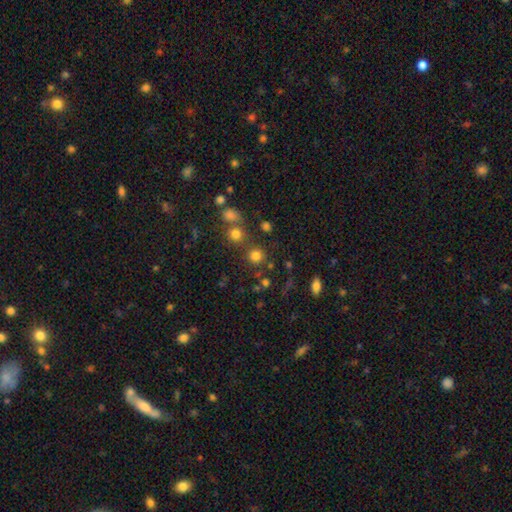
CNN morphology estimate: The model was most divided on "smooth or featured": smooth: 77%, star or artifact: 17%, featured or disk: 6%. More confident: how rounded — round (91%); merging — none (75%).